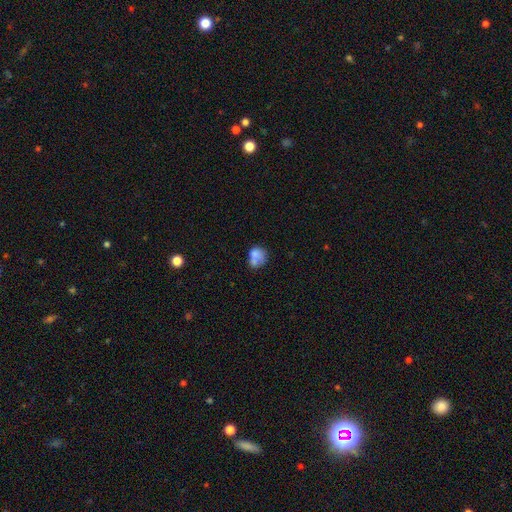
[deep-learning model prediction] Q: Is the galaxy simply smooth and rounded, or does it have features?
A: smooth — 69%.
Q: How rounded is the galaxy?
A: round — 60%.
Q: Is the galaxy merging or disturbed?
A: merger — 43%.